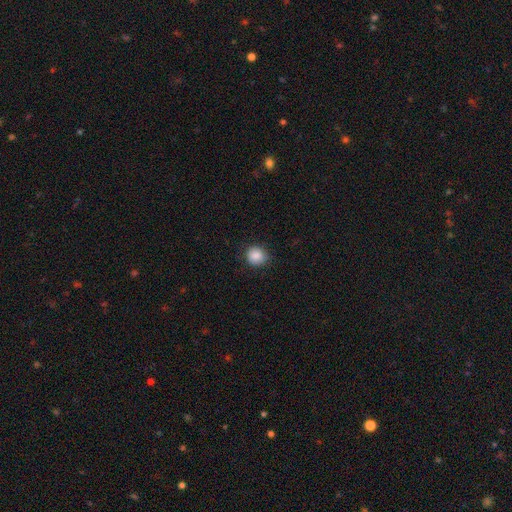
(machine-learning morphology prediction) A smooth galaxy with no disk features (86%) that is round (83%).

Vote fractions:
- Smooth or featured? smooth: 86% / star or artifact: 9% / featured or disk: 5%
- How rounded? round: 83% / in between: 16% / cigar-shaped: 1%
- Merging? none: 82% / minor disturbance: 14% / major disturbance: 3% / merger: 1%